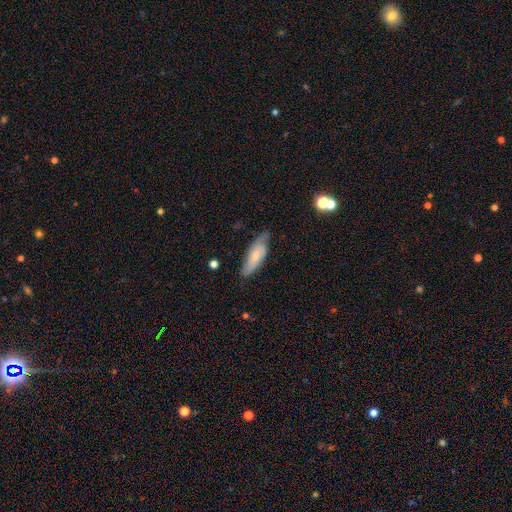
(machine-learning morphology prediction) This appears to be a smooth galaxy with no disk features (61%) that is in between round and cigar-shaped (60%). Merging: none (64%).